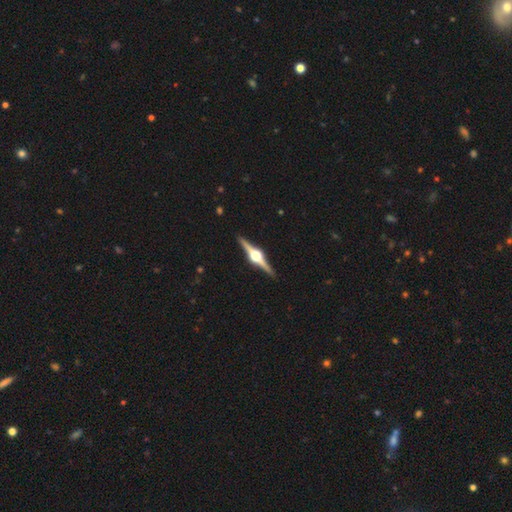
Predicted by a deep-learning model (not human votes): The model was most divided on "smooth or featured": featured or disk: 90%, smooth: 6%, star or artifact: 4%. More confident: edge-on disk — yes (99%); edge-on bulge — rounded (96%); merging — none (93%).